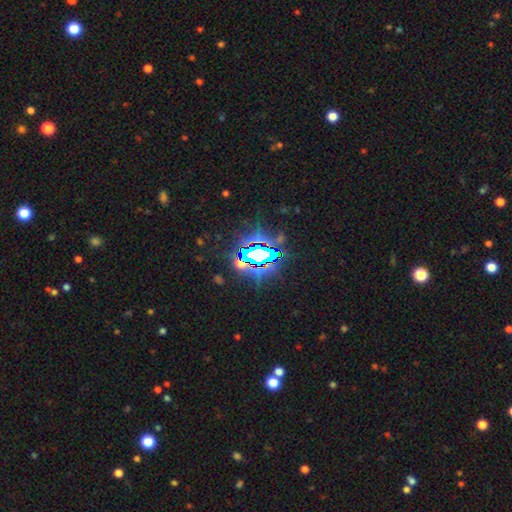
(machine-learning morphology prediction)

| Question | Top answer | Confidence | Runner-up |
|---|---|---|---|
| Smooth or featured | star or artifact | 77% | smooth (12%) |